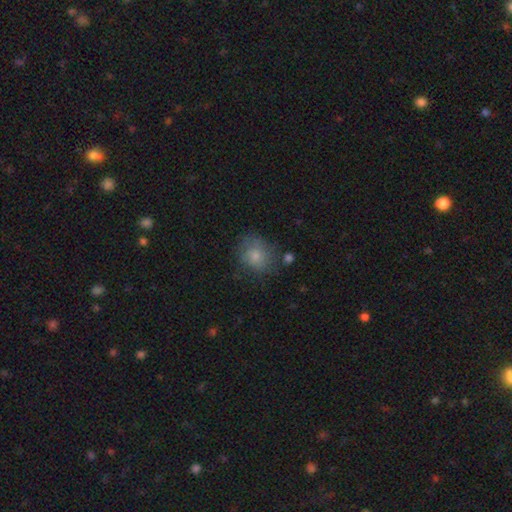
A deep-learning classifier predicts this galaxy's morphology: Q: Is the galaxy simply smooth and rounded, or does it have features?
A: smooth — 75%.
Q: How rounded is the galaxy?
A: round — 73%.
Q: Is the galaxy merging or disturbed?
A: none — 63%.